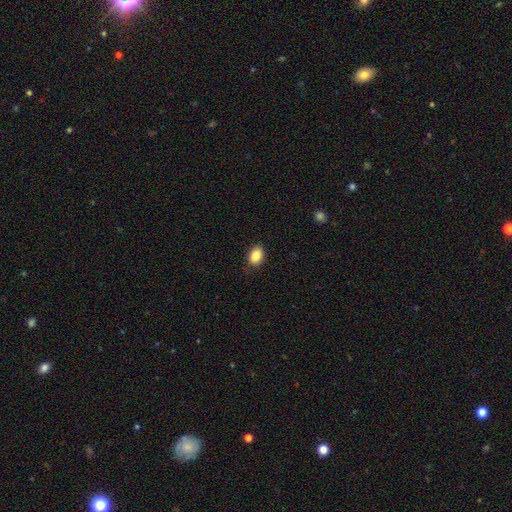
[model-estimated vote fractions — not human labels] Morphology: type=smooth (87%); roundness=in between (82%); merging=none (84%).